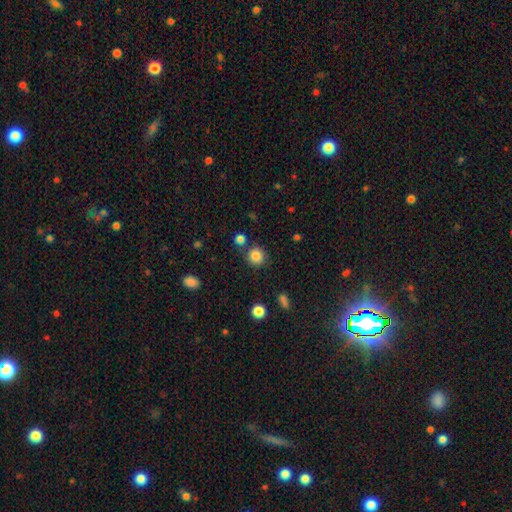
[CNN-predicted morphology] The model was most divided on "merging": none: 77%, minor disturbance: 10%, merger: 10%, major disturbance: 3%. More confident: how rounded — round (90%); smooth or featured — smooth (84%).